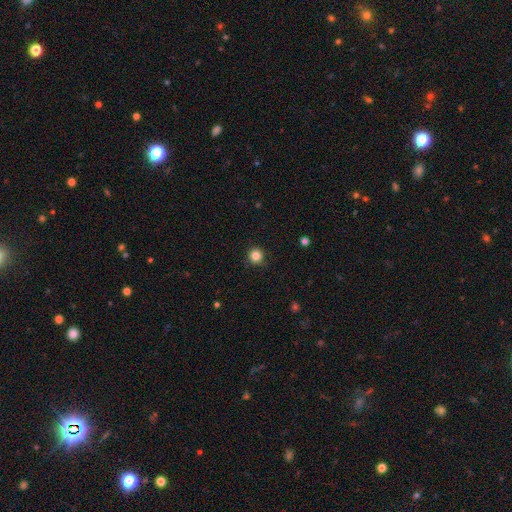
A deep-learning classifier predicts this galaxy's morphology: smooth_or_featured: smooth (p=0.84) [alt: star or artifact p=0.12]
how_rounded: round (p=0.95) [alt: in between p=0.04]
merging: none (p=0.90) [alt: minor disturbance p=0.07]